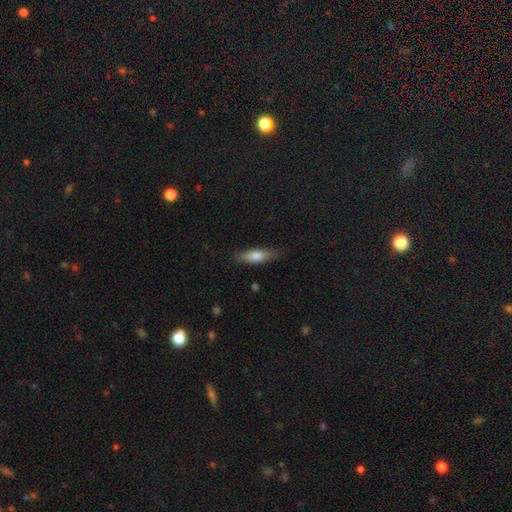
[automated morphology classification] Smooth or featured? smooth (73%)
How rounded? cigar-shaped (50%)
Merging? none (82%)